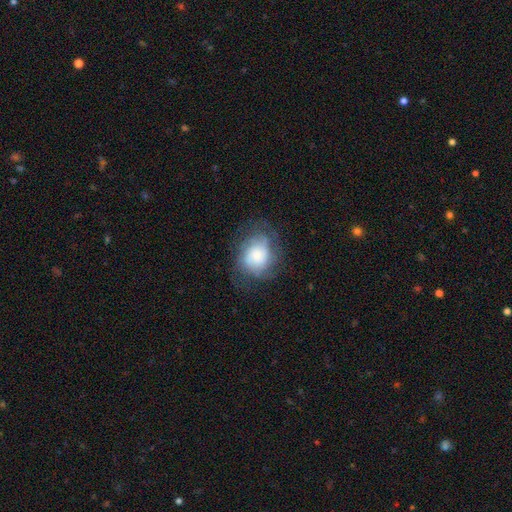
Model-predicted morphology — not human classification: Overall: featured or disk (45%, tied with smooth). Merging: none (61%; minor disturbance 22%).